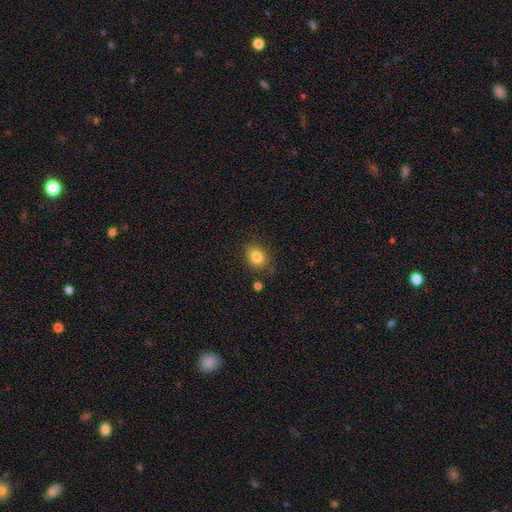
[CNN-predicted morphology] smooth-or-featured: smooth: 83% | star or artifact: 10% | featured or disk: 7%
  how-rounded: in between: 57% | round: 42% | cigar-shaped: 1%
  merging: none: 78% | minor disturbance: 15% | major disturbance: 4% | merger: 3%